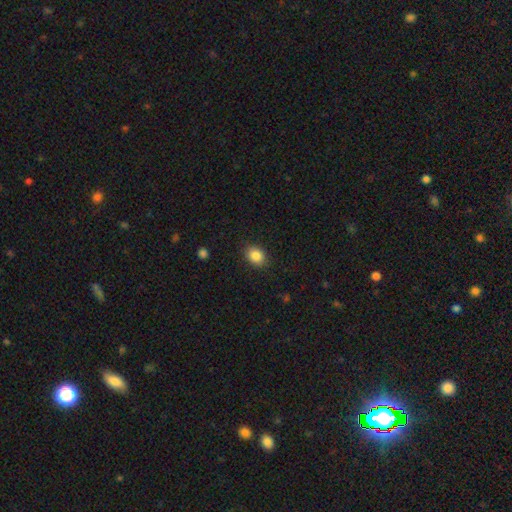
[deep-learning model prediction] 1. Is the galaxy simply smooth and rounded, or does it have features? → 86% smooth, 9% star or artifact, 5% featured or disk.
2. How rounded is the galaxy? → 59% in between, 40% round, 1% cigar-shaped.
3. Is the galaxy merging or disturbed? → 87% none, 9% minor disturbance, 3% major disturbance, 1% merger.